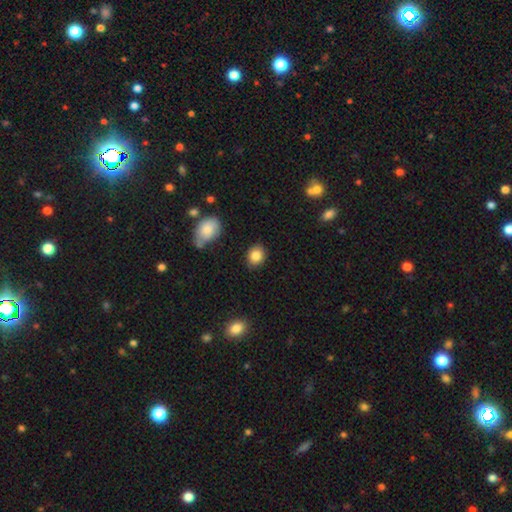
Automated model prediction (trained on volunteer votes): This appears to be a smooth galaxy with no disk features (85%) that is round (54%). Merging: none (84%).